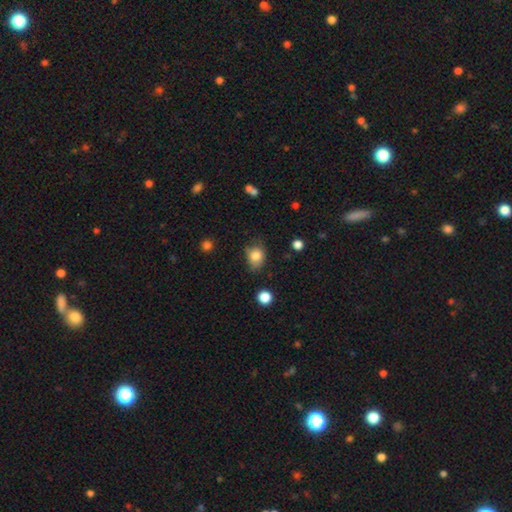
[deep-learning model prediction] Smooth or featured? smooth (82%)
How rounded? round (50%)
Merging? none (64%)